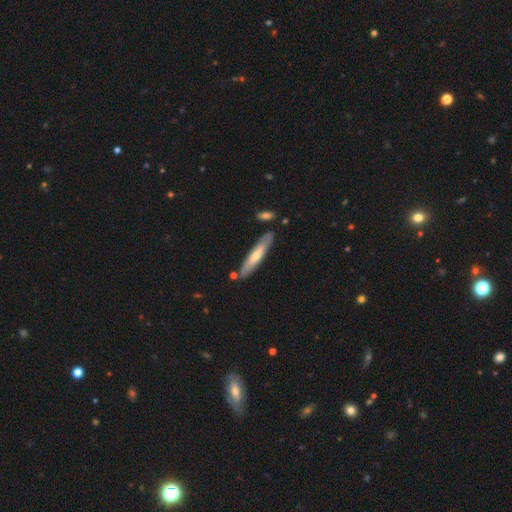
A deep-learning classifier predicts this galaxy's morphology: The model was most divided on "smooth or featured": smooth: 51%, featured or disk: 43%, star or artifact: 5%. More confident: how rounded — cigar-shaped (86%); merging — none (82%).